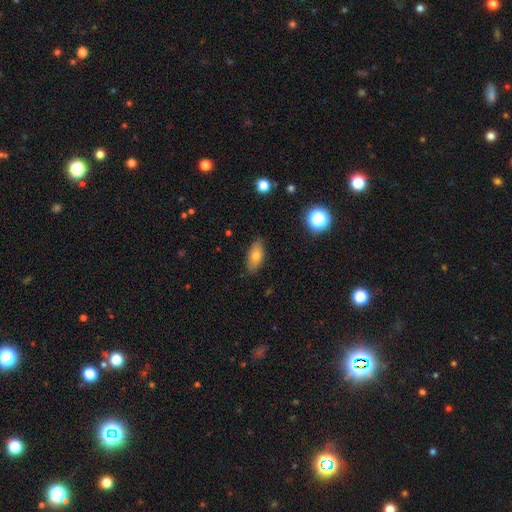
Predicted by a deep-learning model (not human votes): A smooth galaxy with no disk features (73%) that is in between round and cigar-shaped (87%).

Vote fractions:
- Smooth or featured? smooth: 73% / featured or disk: 18% / star or artifact: 9%
- How rounded? in between: 87% / cigar-shaped: 9% / round: 5%
- Merging? none: 82% / minor disturbance: 14% / major disturbance: 2% / merger: 1%